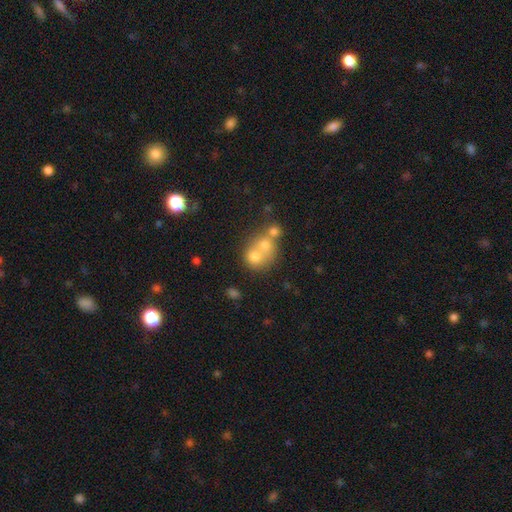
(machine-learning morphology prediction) Smooth or featured: smooth — 63% (featured or disk — 23%)
How rounded: round — 74% (in between — 25%)
Merging: merger — 63% (none — 27%)